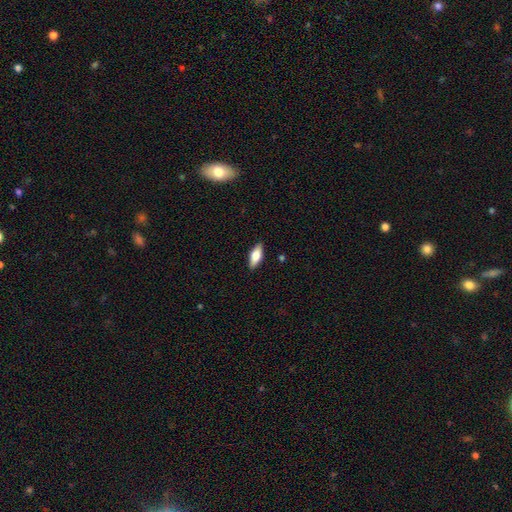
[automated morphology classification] The model was most divided on "smooth or featured": smooth: 71%, featured or disk: 23%, star or artifact: 6%. More confident: merging — none (88%); how rounded — in between (75%).